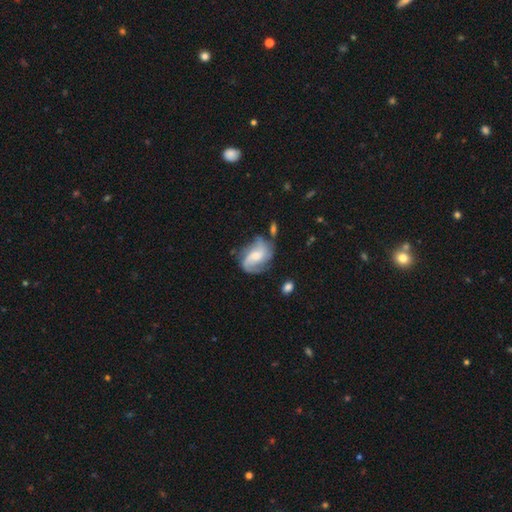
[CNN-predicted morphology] smooth-or-featured: featured or disk: 73% | smooth: 20% | star or artifact: 7%
  disk-edge-on: no: 97% | yes: 3%
    bar: no: 49% | weak: 41% | strong: 9%
    has-spiral-arms: yes: 92% | no: 8%
      spiral-winding: medium: 42% | loose: 37% | tight: 21%
      spiral-arm-count: 2: 50% | 3: 17% | can't tell: 16% | 1: 11% | 4: 3% | more than 4: 3%
    bulge-size: moderate: 44% | small: 27% | large: 16% | none: 11% | dominant: 2%
  merging: none: 55% | minor disturbance: 24% | major disturbance: 15% | merger: 6%